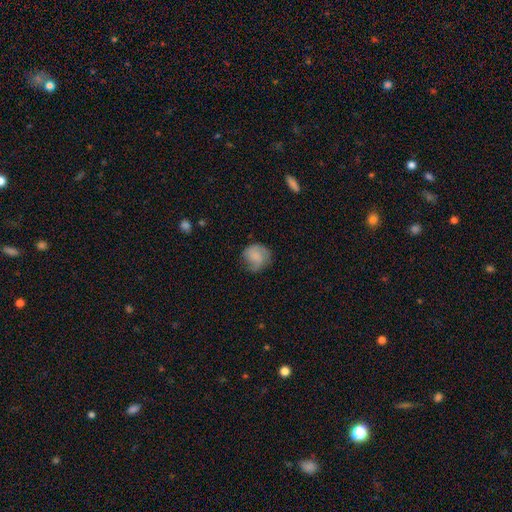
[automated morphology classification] Smooth or featured? Predicted: smooth (p=0.65). How rounded? Predicted: round (p=0.80). Merging? Predicted: none (p=0.60).